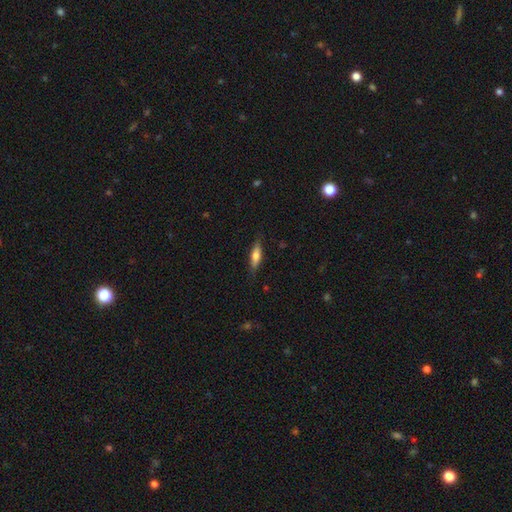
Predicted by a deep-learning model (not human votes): Smooth or featured: smooth — 64% (featured or disk — 30%)
How rounded: cigar-shaped — 58% (in between — 40%)
Merging: none — 83% (minor disturbance — 14%)